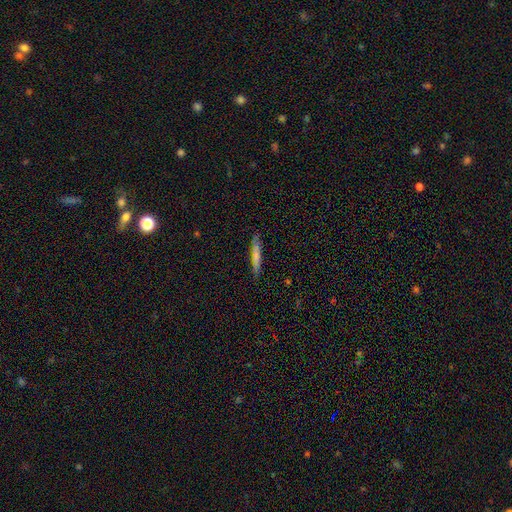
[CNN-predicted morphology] A smooth galaxy with no disk features (67%) that is cigar-shaped (93%). Merging: none (85%).